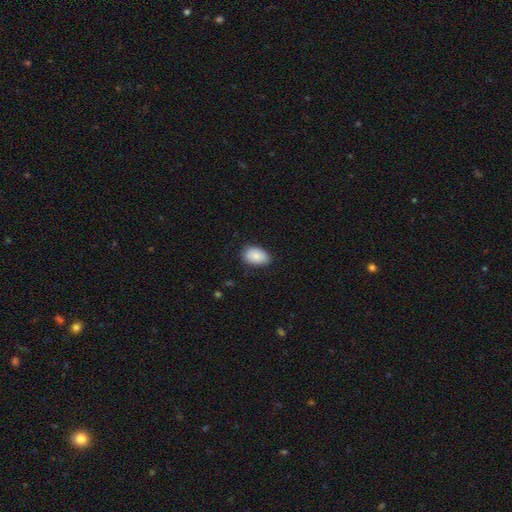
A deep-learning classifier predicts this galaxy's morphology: This is clearly a smooth galaxy (86%). How rounded: clearly in between (86%). Merging: likely none (78%).